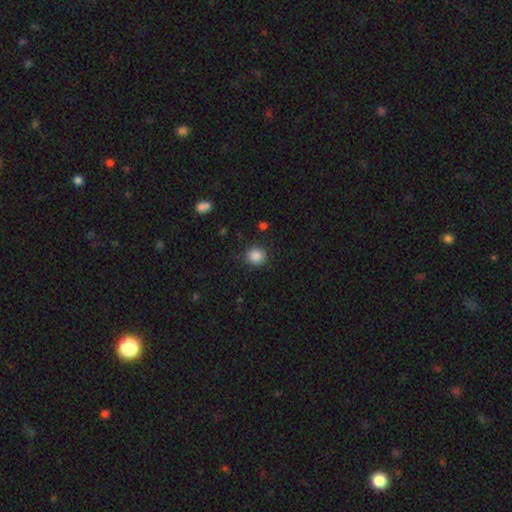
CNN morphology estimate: A smooth galaxy with no disk features (87%) that is round (87%).

Vote fractions:
- Smooth or featured? smooth: 87% / star or artifact: 10% / featured or disk: 3%
- How rounded? round: 87% / in between: 12% / cigar-shaped: 1%
- Merging? none: 88% / minor disturbance: 8% / major disturbance: 3% / merger: 1%